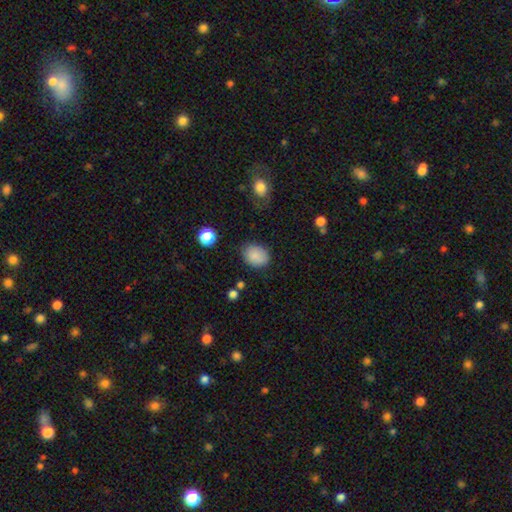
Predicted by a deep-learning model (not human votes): Smooth or featured: smooth — 87% (star or artifact — 8%)
How rounded: in between — 61% (round — 38%)
Merging: none — 78% (minor disturbance — 15%)